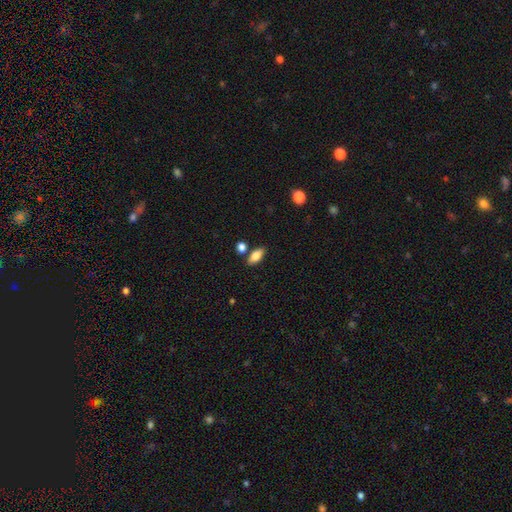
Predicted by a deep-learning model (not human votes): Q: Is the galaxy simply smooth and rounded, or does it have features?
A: smooth — 81%.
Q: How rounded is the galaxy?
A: in between — 86%.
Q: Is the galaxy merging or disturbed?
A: none — 76%.